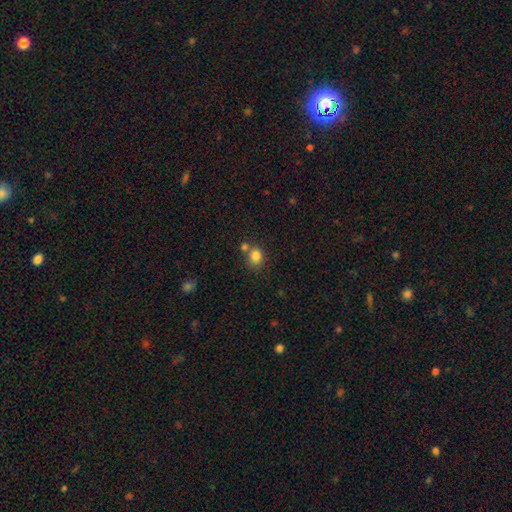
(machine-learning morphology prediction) type=smooth (82%); roundness=round (66%); merging=none (60%).